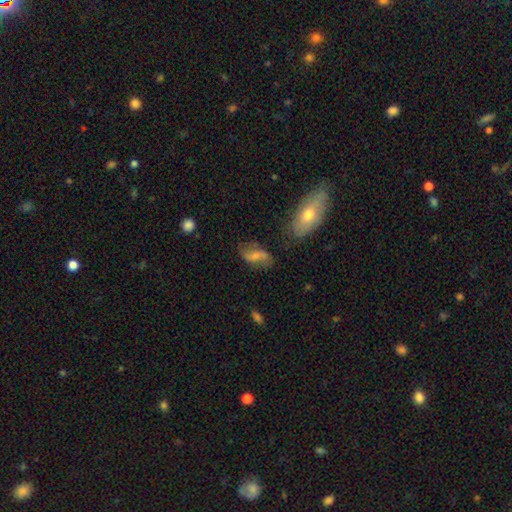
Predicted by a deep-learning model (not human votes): Morphology: type=featured or disk (48%); merging=none (60%).